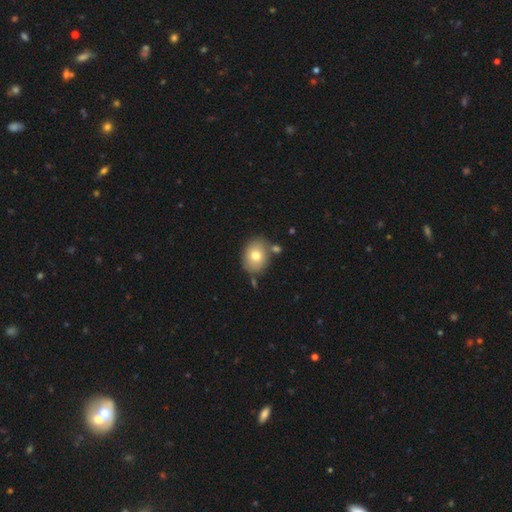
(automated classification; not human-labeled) Morphology: type=smooth (75%); roundness=in between (53%); merging=none (73%).